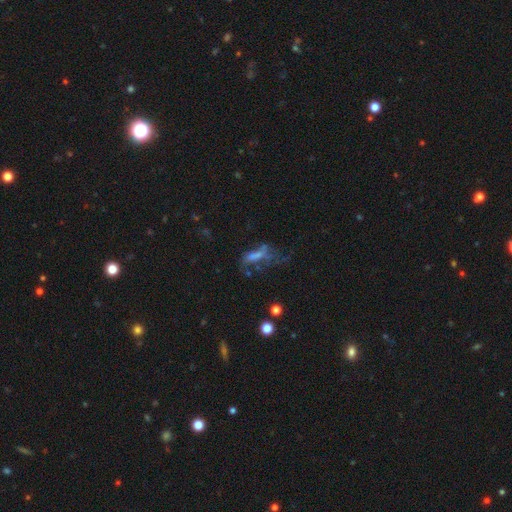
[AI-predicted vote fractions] Q: Smooth or featured?
A: featured or disk (41%); runner-up: smooth (33%)
Q: Merging?
A: major disturbance (40%); runner-up: none (30%)